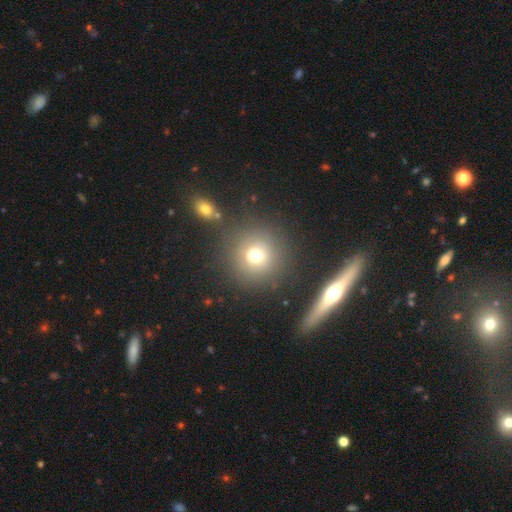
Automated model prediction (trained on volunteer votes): Smooth or featured? smooth (70%)
How rounded? round (93%)
Merging? none (81%)